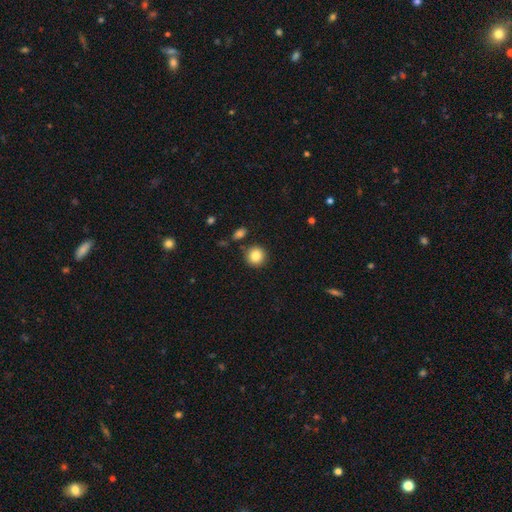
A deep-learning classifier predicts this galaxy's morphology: This appears to be a smooth galaxy with no disk features (85%) that is round (92%). Merging: none (86%).